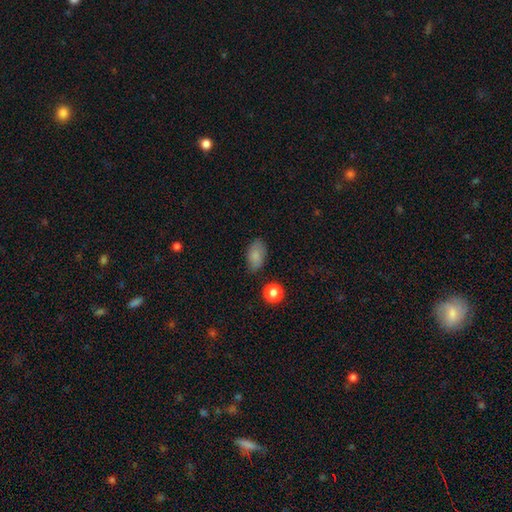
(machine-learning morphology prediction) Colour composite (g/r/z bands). It shows a smooth galaxy with no disk features (83%) that is in between round and cigar-shaped (91%). Merging: none (76%).